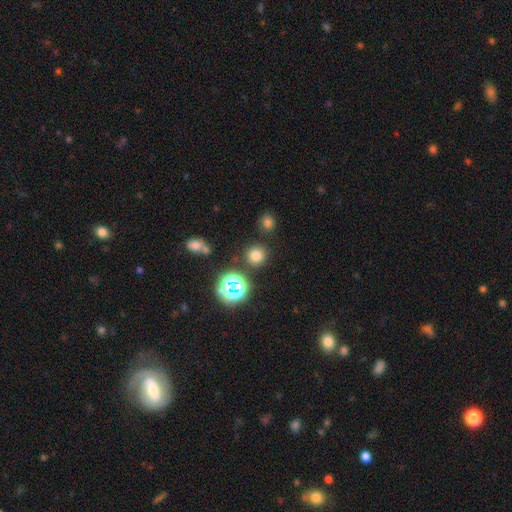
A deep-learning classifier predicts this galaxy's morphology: Q: Smooth or featured?
A: smooth (72%); runner-up: star or artifact (22%)
Q: How rounded?
A: round (92%); runner-up: in between (7%)
Q: Merging?
A: none (85%); runner-up: minor disturbance (7%)